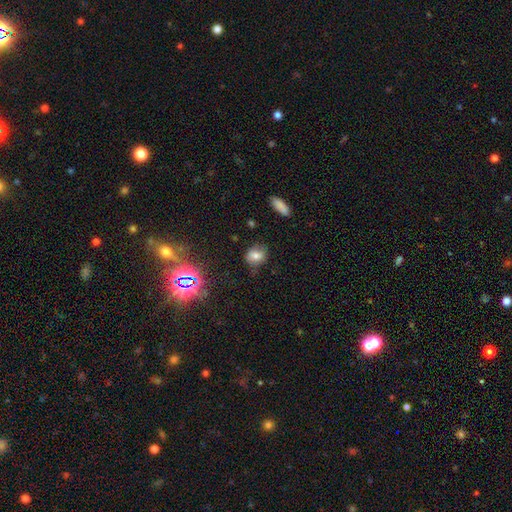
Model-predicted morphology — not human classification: A smooth galaxy with no disk features (71%) that is in between round and cigar-shaped (50%). Merging: none (70%).